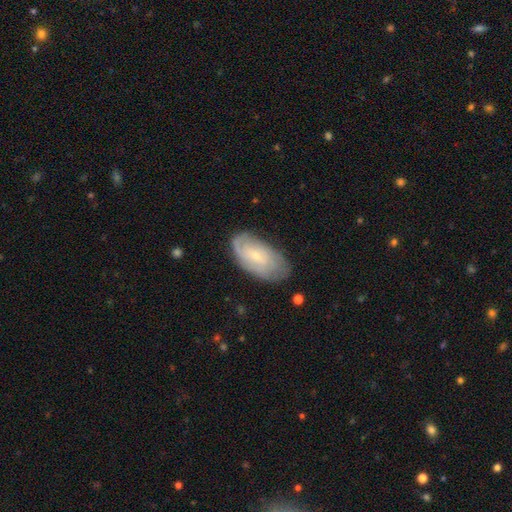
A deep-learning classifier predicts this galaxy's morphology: smooth-or-featured: featured or disk: 57% | smooth: 36% | star or artifact: 7%
  disk-edge-on: no: 93% | yes: 7%
    bar: no: 70% | weak: 26% | strong: 5%
    has-spiral-arms: yes: 79% | no: 21%
    bulge-size: small: 74% | moderate: 21% | none: 3% | large: 1% | dominant: 1%
  merging: none: 69% | minor disturbance: 23% | major disturbance: 7% | merger: 1%